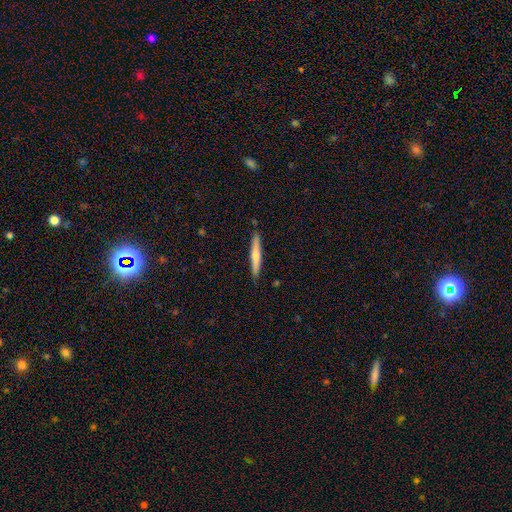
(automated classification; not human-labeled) A smooth galaxy with no disk features (52%) that is cigar-shaped (94%).

Vote fractions:
- Smooth or featured? smooth: 52% / featured or disk: 42% / star or artifact: 5%
- How rounded? cigar-shaped: 94% / in between: 5% / round: 1%
- Merging? none: 89% / minor disturbance: 9% / major disturbance: 1% / merger: 1%